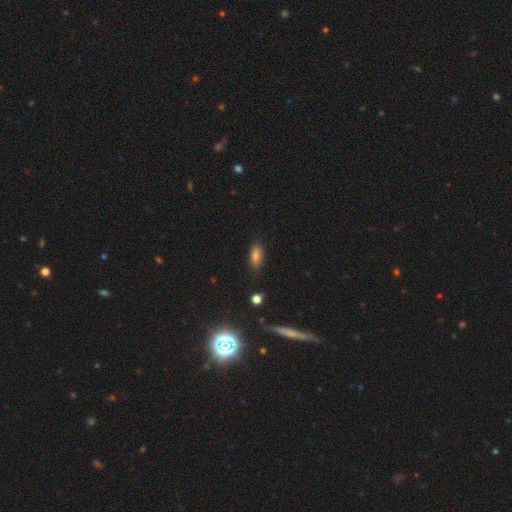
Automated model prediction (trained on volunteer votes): Smooth or featured?
  - smooth: 78% *
  - featured or disk: 11%
  - star or artifact: 11%
How rounded?
  - in between: 81% *
  - cigar-shaped: 15%
  - round: 4%
Merging?
  - none: 81% *
  - minor disturbance: 14%
  - major disturbance: 3%
  - merger: 2%